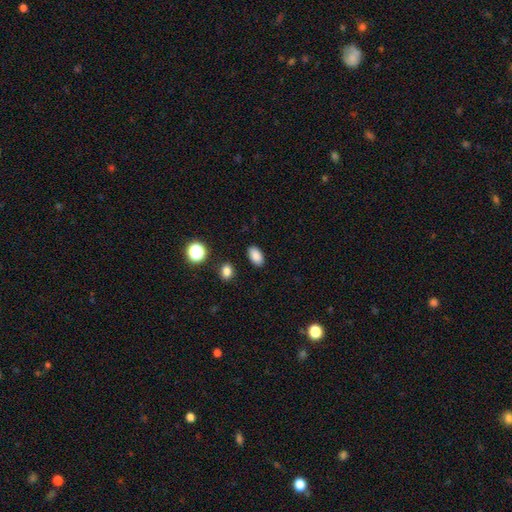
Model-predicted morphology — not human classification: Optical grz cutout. It shows a smooth galaxy with no disk features (86%) that is in between round and cigar-shaped (91%). Merging: none (88%).